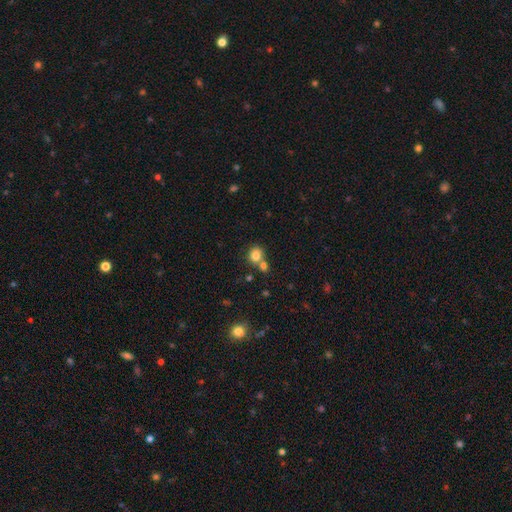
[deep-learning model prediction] A smooth galaxy with no disk features (79%) that is round (73%). Merging: none (49%).